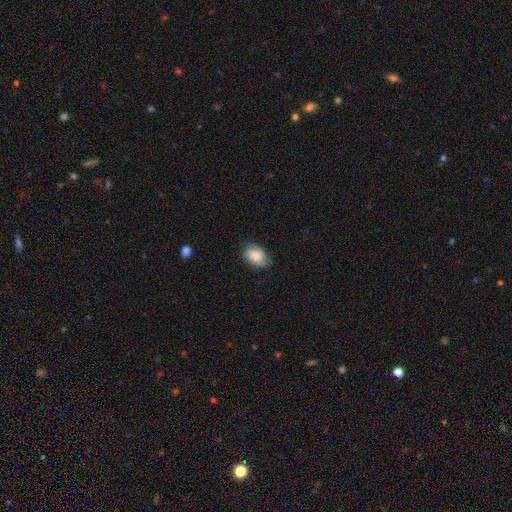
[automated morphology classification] Smooth or featured: smooth — 76% (featured or disk — 17%)
How rounded: in between — 81% (round — 17%)
Merging: none — 74% (minor disturbance — 21%)